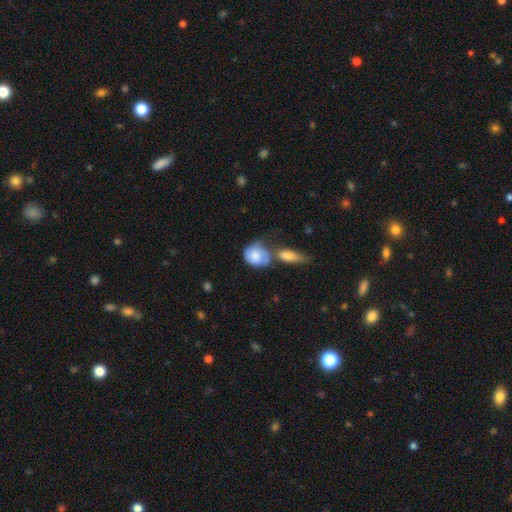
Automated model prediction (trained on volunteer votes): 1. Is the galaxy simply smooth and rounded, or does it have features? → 59% smooth, 35% featured or disk, 6% star or artifact.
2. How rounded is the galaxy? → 52% round, 46% in between, 2% cigar-shaped.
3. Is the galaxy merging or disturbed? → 44% merger, 26% none, 19% minor disturbance, 12% major disturbance.